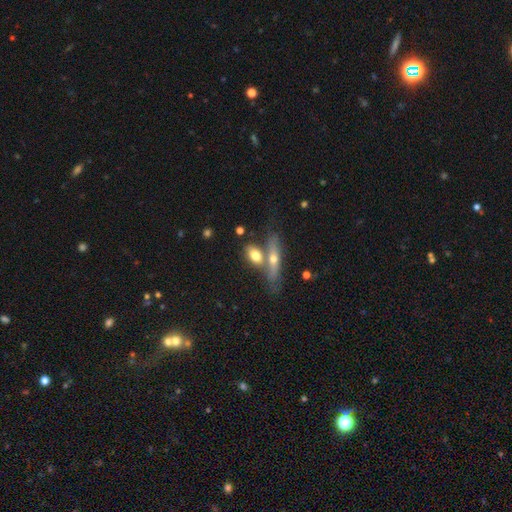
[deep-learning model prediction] Smooth or featured?
  - smooth: 66% *
  - featured or disk: 27%
  - star or artifact: 7%
How rounded?
  - in between: 66% *
  - cigar-shaped: 26%
  - round: 8%
Merging?
  - none: 44% *
  - merger: 41%
  - minor disturbance: 11%
  - major disturbance: 4%